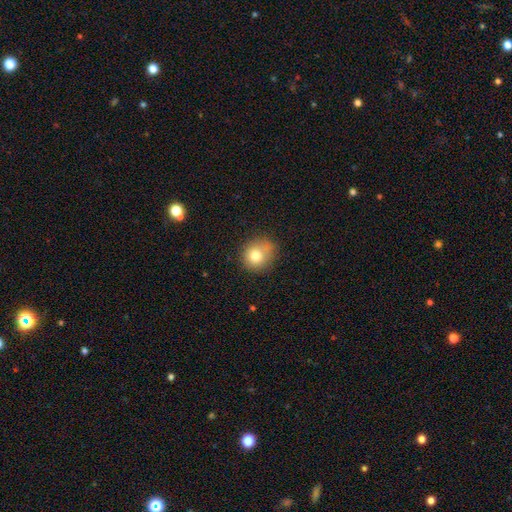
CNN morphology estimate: Smooth or featured: smooth — 78% (star or artifact — 11%)
How rounded: round — 75% (in between — 24%)
Merging: none — 61% (minor disturbance — 26%)